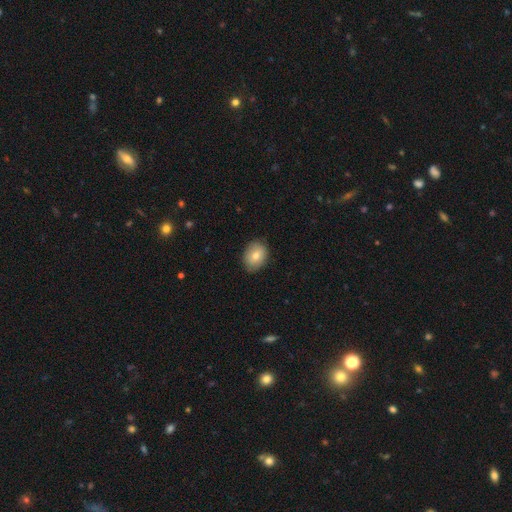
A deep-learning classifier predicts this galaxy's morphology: smooth-or-featured: smooth: 76% | featured or disk: 16% | star or artifact: 8%
  how-rounded: in between: 64% | round: 35% | cigar-shaped: 1%
  merging: none: 84% | minor disturbance: 13% | major disturbance: 2% | merger: 1%